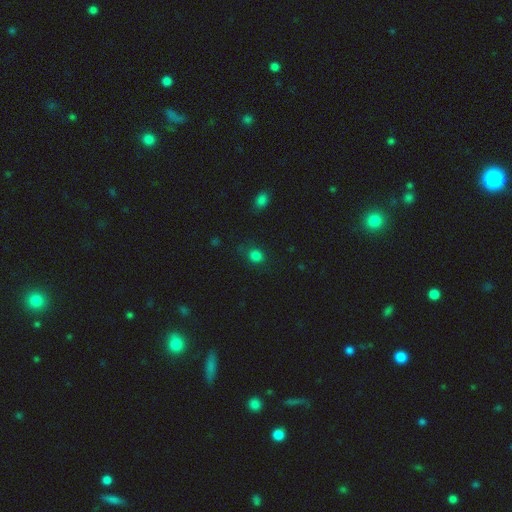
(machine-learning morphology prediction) Q: Smooth or featured?
A: smooth (80%); runner-up: star or artifact (15%)
Q: How rounded?
A: round (65%); runner-up: in between (34%)
Q: Merging?
A: none (77%); runner-up: minor disturbance (15%)